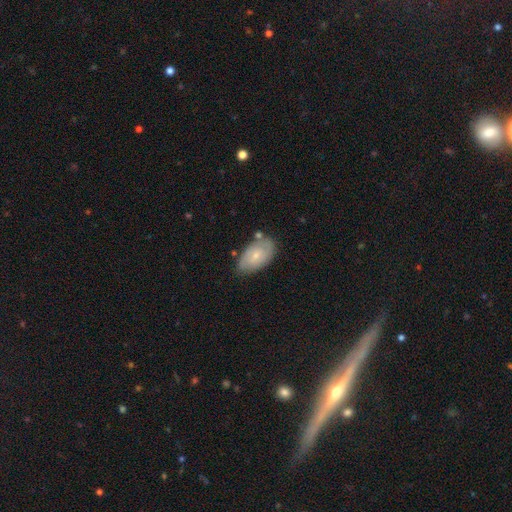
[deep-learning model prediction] Q: Smooth or featured?
A: smooth (55%); runner-up: featured or disk (39%)
Q: How rounded?
A: in between (92%); runner-up: round (6%)
Q: Merging?
A: none (65%); runner-up: minor disturbance (23%)